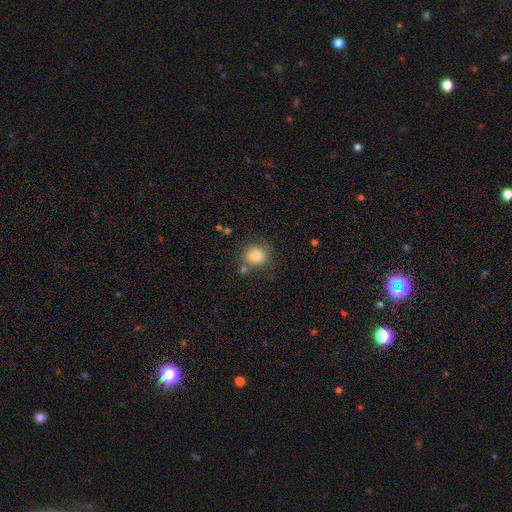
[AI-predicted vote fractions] Q: Smooth or featured?
A: smooth (83%); runner-up: star or artifact (10%)
Q: How rounded?
A: round (81%); runner-up: in between (19%)
Q: Merging?
A: none (73%); runner-up: minor disturbance (14%)